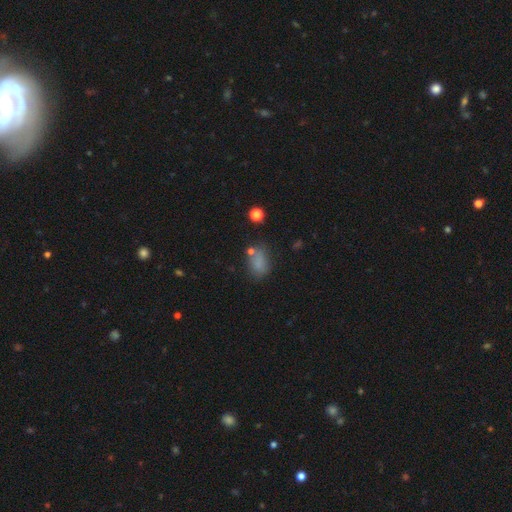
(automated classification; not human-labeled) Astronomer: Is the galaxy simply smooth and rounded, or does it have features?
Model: smooth — 73%.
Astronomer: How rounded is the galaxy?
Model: in between — 79%.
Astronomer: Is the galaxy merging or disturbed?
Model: none — 58%.